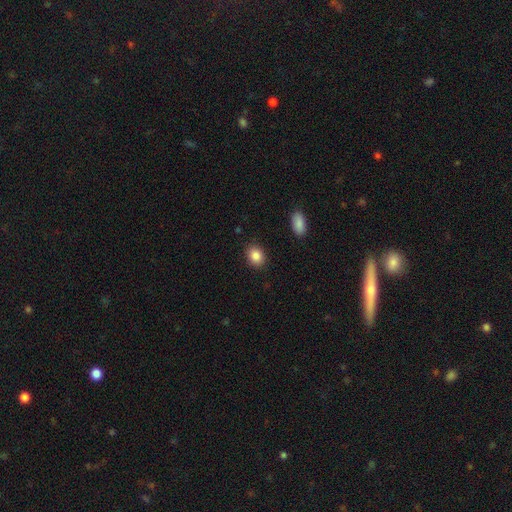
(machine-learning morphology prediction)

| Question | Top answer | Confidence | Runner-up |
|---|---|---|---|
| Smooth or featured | smooth | 87% | star or artifact (8%) |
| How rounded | in between | 59% | round (40%) |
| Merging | none | 88% | minor disturbance (8%) |